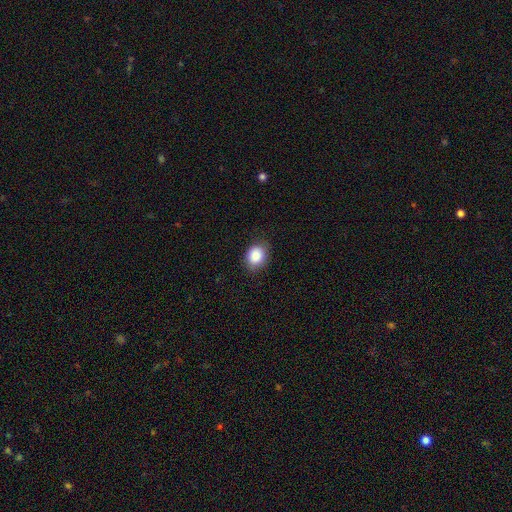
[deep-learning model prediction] smooth-or-featured: smooth: 87% | star or artifact: 8% | featured or disk: 5%
  how-rounded: round: 53% | in between: 46% | cigar-shaped: 1%
  merging: none: 82% | minor disturbance: 14% | major disturbance: 3% | merger: 1%